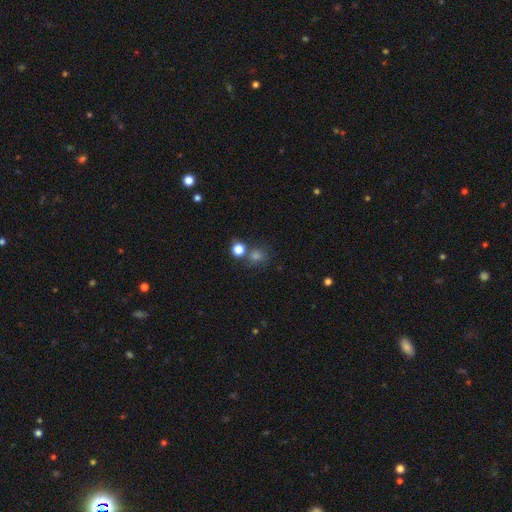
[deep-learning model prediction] Smooth or featured?
  - smooth: 66% *
  - star or artifact: 26%
  - featured or disk: 9%
How rounded?
  - round: 84% *
  - in between: 14%
  - cigar-shaped: 1%
Merging?
  - none: 68% *
  - merger: 16%
  - minor disturbance: 10%
  - major disturbance: 5%